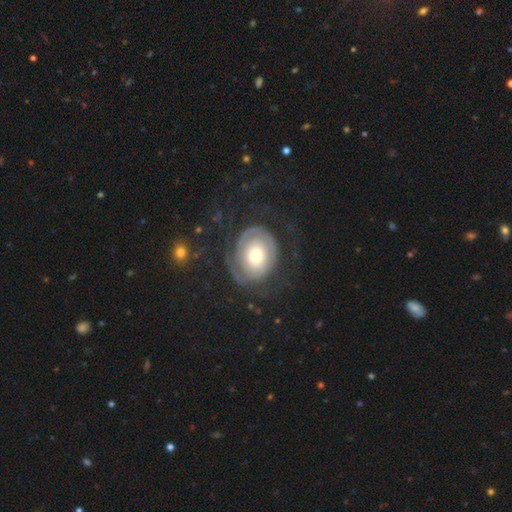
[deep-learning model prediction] Overall: featured or disk (70%). Edge-on disk: no (97%). Bar: no (80%). Spiral arms: yes (78%). Spiral arm count: can't tell (33%; 2 32%). Spiral winding: tight (65%). Bulge size: moderate (56%; small 27%). Merging: none (59%; major disturbance 23%).